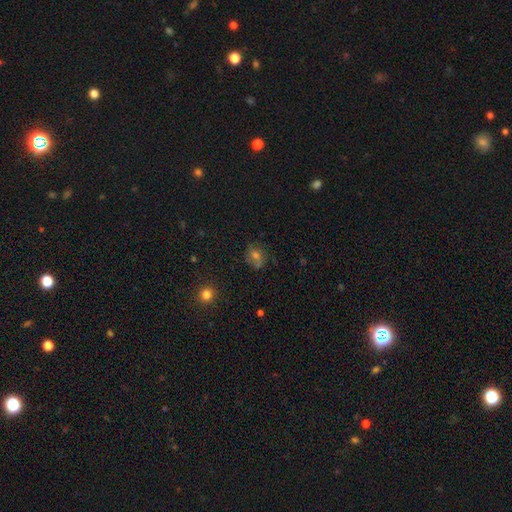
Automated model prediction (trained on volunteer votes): Smooth or featured? smooth (41%)
Merging? none (68%)